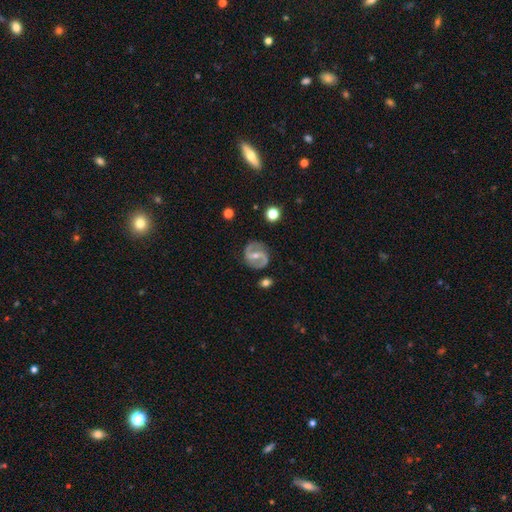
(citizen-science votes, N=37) smooth-or-featured: featured or disk: 86% | smooth: 14% | star or artifact: 0%
  disk-edge-on: no: 100% | yes: 0%
    bar: strong: 56% | weak: 34% | no: 9%
    has-spiral-arms: yes: 88% | no: 12%
      spiral-winding: medium: 50% | loose: 36% | tight: 14%
      spiral-arm-count: 2: 93% | 1: 7% | 3: 0% | 4: 0% | more than 4: 0% | can't tell: 0%
    bulge-size: moderate: 59% | small: 34% | large: 3% | none: 3% | dominant: 0%
  merging: none: 86% | minor disturbance: 14% | major disturbance: 0% | merger: 0%